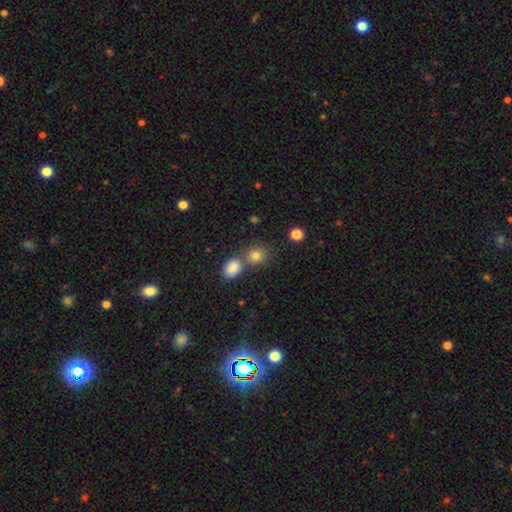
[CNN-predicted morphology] A smooth galaxy with no disk features (79%) that is round (71%). Merging: none (57%).